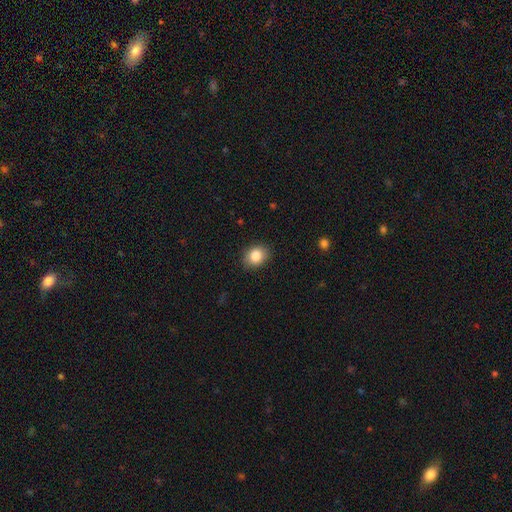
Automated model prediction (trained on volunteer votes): Smooth or featured: smooth — 86% (star or artifact — 8%)
How rounded: in between — 53% (round — 46%)
Merging: none — 86% (minor disturbance — 10%)